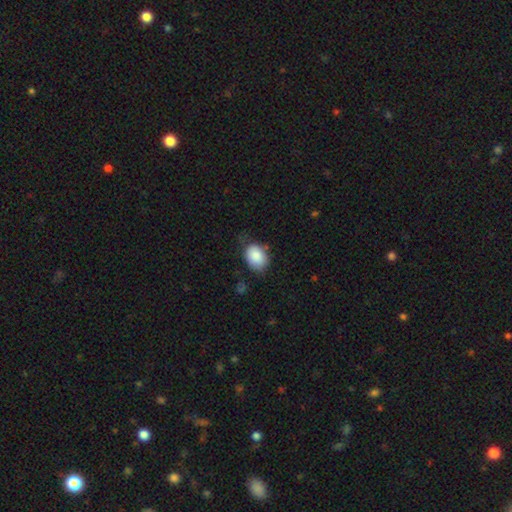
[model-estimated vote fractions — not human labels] Smooth or featured? Predicted: smooth (p=0.88). How rounded? Predicted: in between (p=0.71). Merging? Predicted: none (p=0.64).